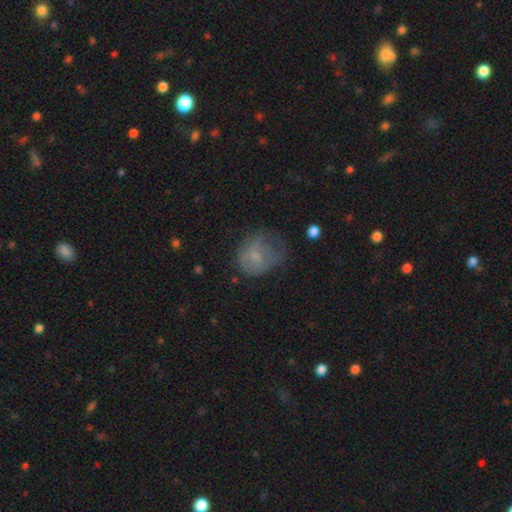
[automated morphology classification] Overall: smooth (60%; featured or disk 29%). How rounded: round (60%; in between 39%). Merging: none (38%; major disturbance 31%).